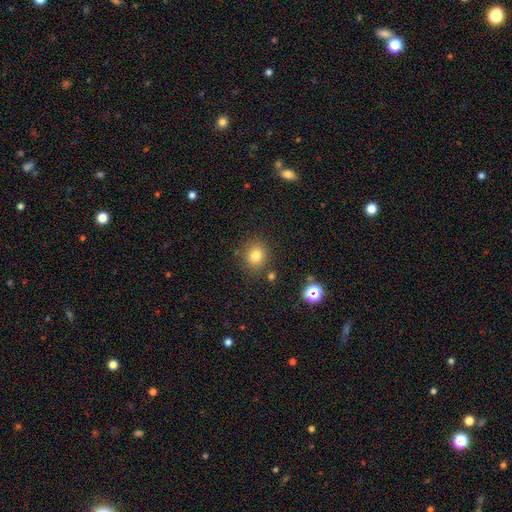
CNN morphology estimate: type=smooth (80%); roundness=round (85%); merging=none (83%).